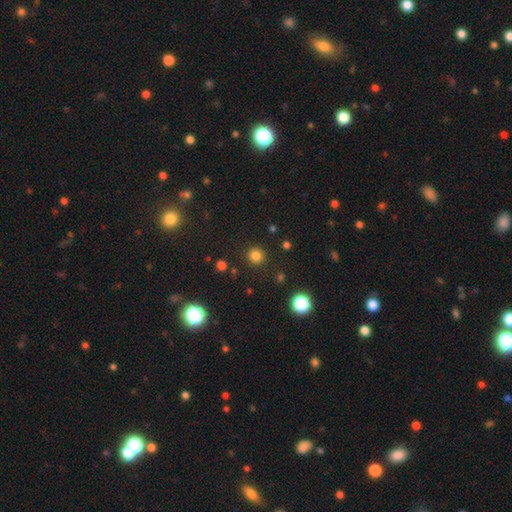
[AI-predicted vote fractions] Morphology: type=smooth (80%); roundness=round (94%); merging=none (90%).